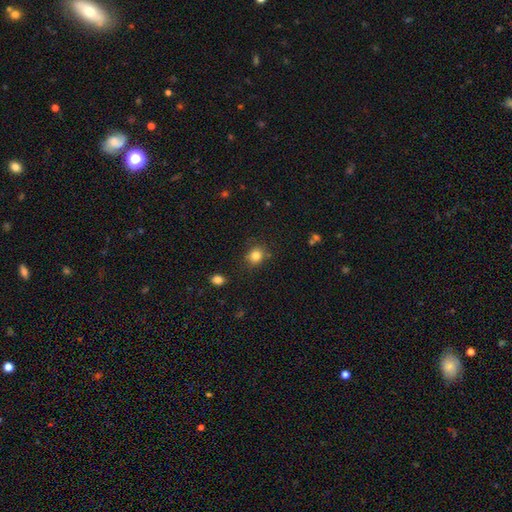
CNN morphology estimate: Overall: smooth (83%). How rounded: round (76%). Merging: none (82%).